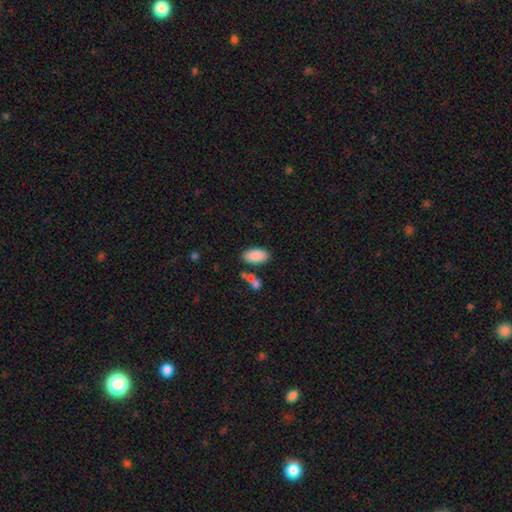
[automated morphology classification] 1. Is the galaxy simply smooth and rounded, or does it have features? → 88% smooth, 7% star or artifact, 4% featured or disk.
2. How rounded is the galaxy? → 94% in between, 3% cigar-shaped, 2% round.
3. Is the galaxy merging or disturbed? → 76% none, 12% minor disturbance, 9% merger, 3% major disturbance.